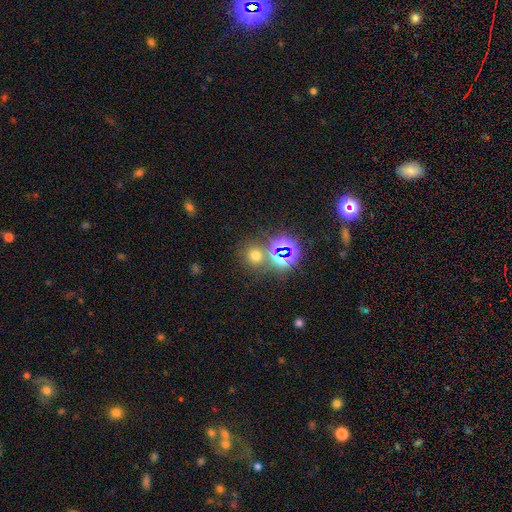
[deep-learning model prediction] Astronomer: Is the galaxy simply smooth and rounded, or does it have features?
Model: smooth — 57% (runner-up: star or artifact, 35%).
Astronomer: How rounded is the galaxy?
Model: round — 87%.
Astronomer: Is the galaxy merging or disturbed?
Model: none — 71%.